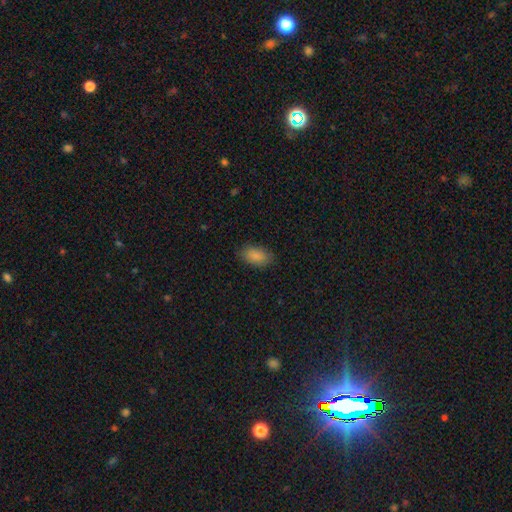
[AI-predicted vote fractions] Morphology: type=smooth (87%); roundness=in between (93%); merging=none (86%).